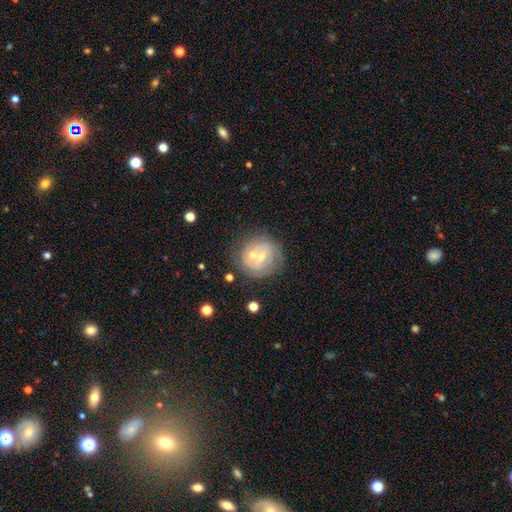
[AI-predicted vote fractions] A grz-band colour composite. It shows a featured or disk galaxy (66%) with no bar (62%), spiral arms (71%) and a small central bulge (51%). Merging: none (57%).